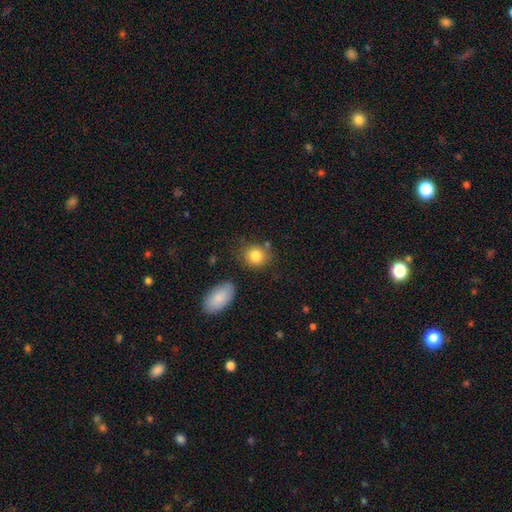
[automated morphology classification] smooth-or-featured: smooth: 83% | star or artifact: 9% | featured or disk: 8%
  how-rounded: round: 72% | in between: 27% | cigar-shaped: 1%
  merging: none: 75% | minor disturbance: 14% | merger: 7% | major disturbance: 4%